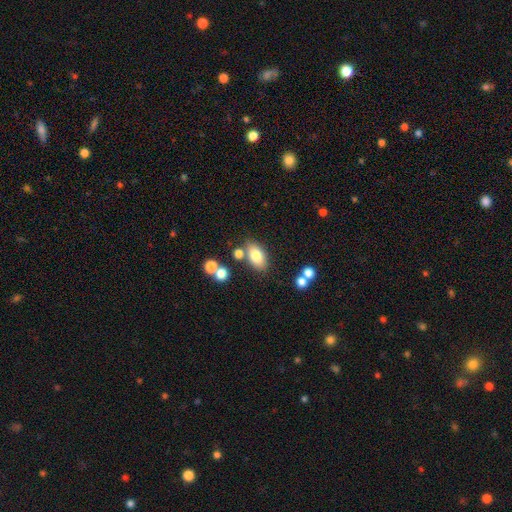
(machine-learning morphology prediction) A smooth galaxy with no disk features (79%) that is in between round and cigar-shaped (89%). Merging: none (72%).